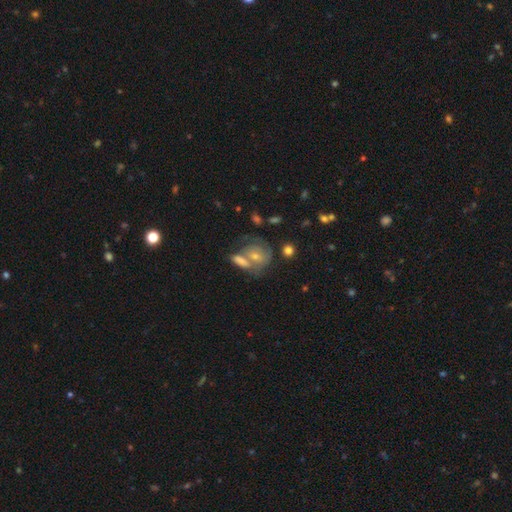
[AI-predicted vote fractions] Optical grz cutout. It shows a smooth galaxy with no disk features (47%). Merging: merger (38%).